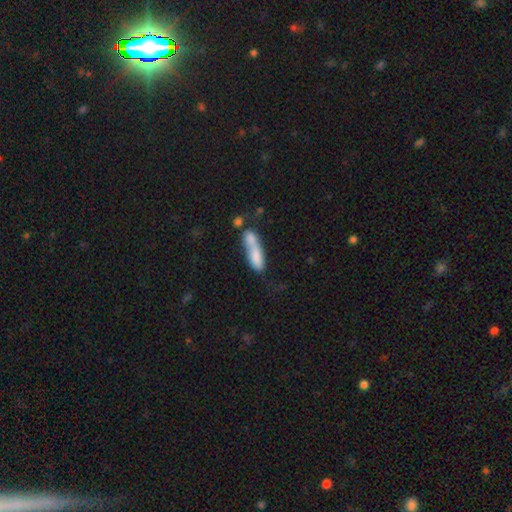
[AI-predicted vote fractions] Overall: smooth (73%). How rounded: in between (50%; cigar-shaped 46%). Merging: merger (56%; none 21%).